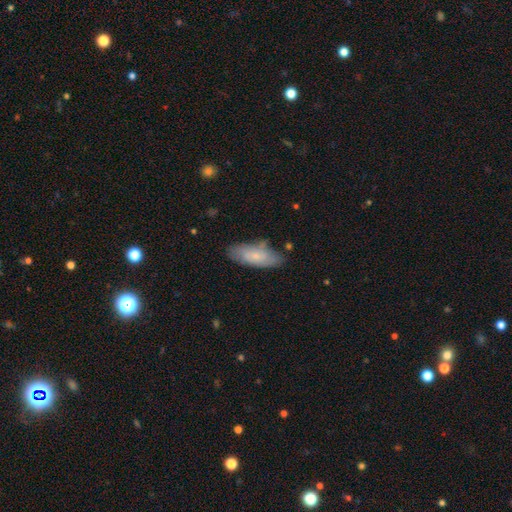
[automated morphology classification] smooth-or-featured: smooth: 64% | featured or disk: 29% | star or artifact: 6%
  how-rounded: in between: 75% | cigar-shaped: 23% | round: 2%
  merging: none: 73% | minor disturbance: 20% | major disturbance: 4% | merger: 3%